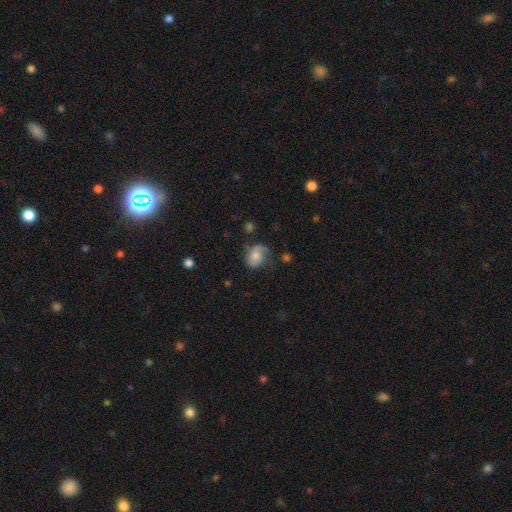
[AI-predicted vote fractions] This appears to be a smooth galaxy with no disk features (49%). Merging: none (54%).